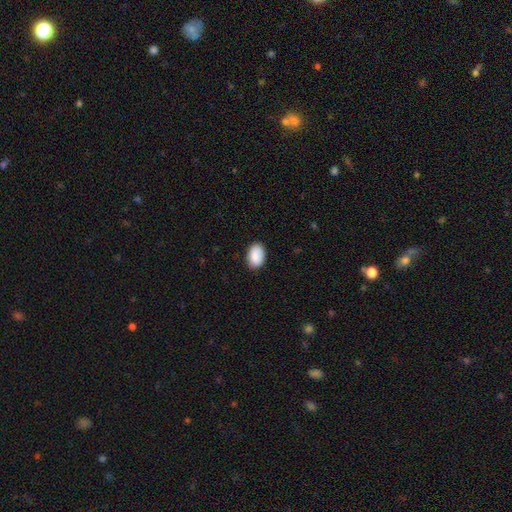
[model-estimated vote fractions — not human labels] This appears to be a smooth galaxy with no disk features (89%) that is in between round and cigar-shaped (89%). Merging: none (86%).